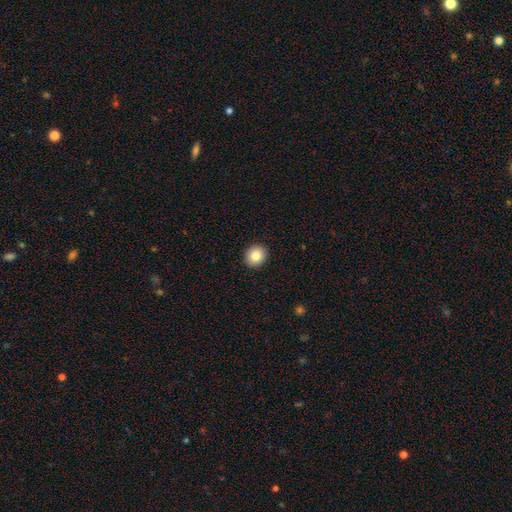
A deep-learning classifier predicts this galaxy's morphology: Smooth or featured?
  - smooth: 84% *
  - star or artifact: 9%
  - featured or disk: 7%
How rounded?
  - round: 80% *
  - in between: 19%
  - cigar-shaped: 1%
Merging?
  - none: 92% *
  - minor disturbance: 5%
  - major disturbance: 2%
  - merger: 1%